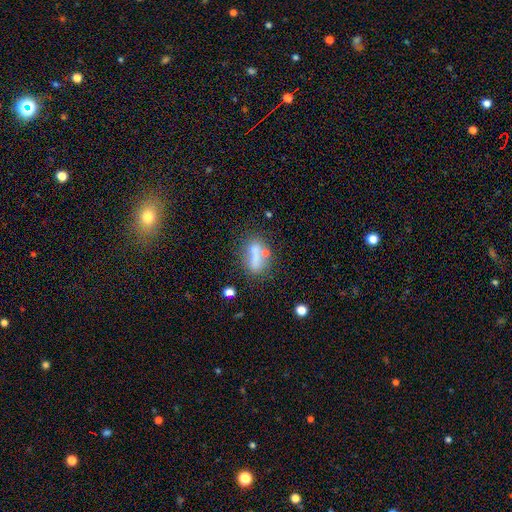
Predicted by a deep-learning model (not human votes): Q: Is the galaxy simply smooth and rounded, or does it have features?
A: smooth — 59%.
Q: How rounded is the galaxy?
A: in between — 64%.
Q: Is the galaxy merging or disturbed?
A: none — 44%.